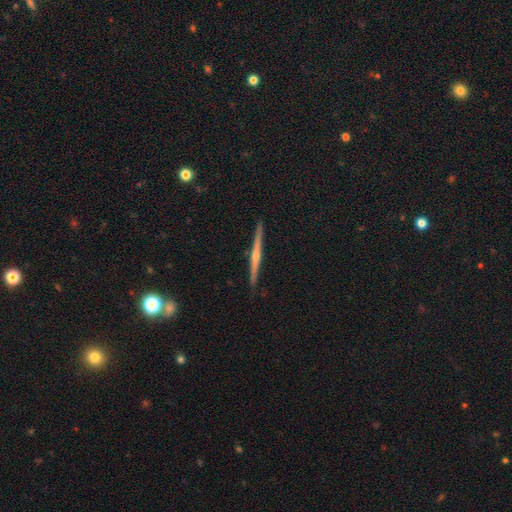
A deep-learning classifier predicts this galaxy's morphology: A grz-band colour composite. It shows a featured or disk galaxy (78%) viewed edge-on (98%) with a rounded central bulge (80%). Merging: none (91%).